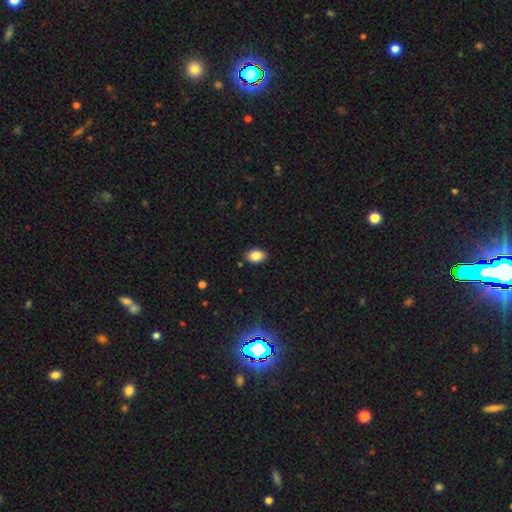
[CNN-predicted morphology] This is clearly a smooth galaxy (85%). How rounded: clearly in between (83%). Merging: clearly none (87%).